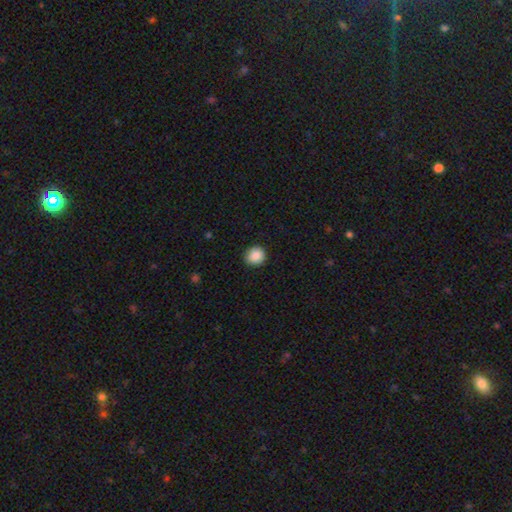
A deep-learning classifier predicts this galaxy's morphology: Smooth or featured?
  - smooth: 89% *
  - star or artifact: 8%
  - featured or disk: 3%
How rounded?
  - round: 87% *
  - in between: 12%
  - cigar-shaped: 1%
Merging?
  - none: 88% *
  - minor disturbance: 9%
  - major disturbance: 2%
  - merger: 1%